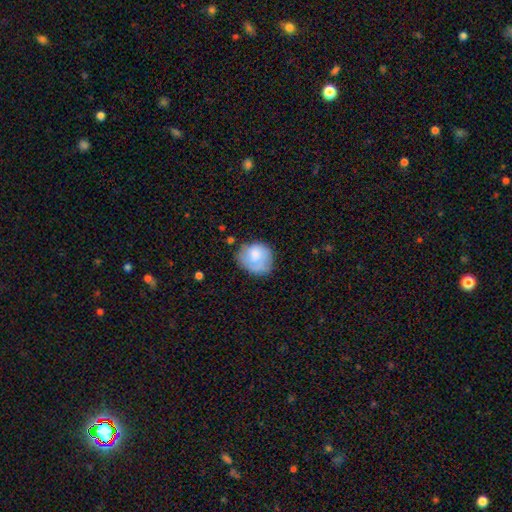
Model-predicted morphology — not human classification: This appears to be a smooth galaxy with no disk features (74%) that is round (67%). Merging: none (56%).